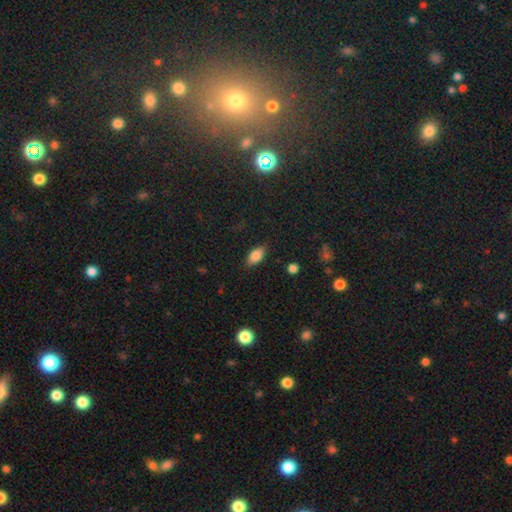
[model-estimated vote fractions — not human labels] Q: Smooth or featured?
A: smooth (83%); runner-up: featured or disk (9%)
Q: How rounded?
A: in between (90%); runner-up: cigar-shaped (5%)
Q: Merging?
A: none (84%); runner-up: minor disturbance (12%)